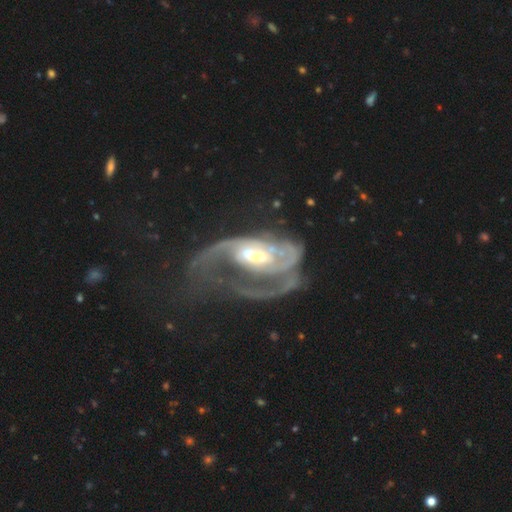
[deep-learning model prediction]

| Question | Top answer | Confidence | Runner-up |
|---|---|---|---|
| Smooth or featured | featured or disk | 84% | smooth (9%) |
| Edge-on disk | no | 95% | yes (5%) |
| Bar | weak | 40% | no (35%) |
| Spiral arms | yes | 85% | no (15%) |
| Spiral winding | medium | 40% | tight (34%) |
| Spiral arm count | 2 | 36% | 1 (30%) |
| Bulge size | moderate | 56% | small (21%) |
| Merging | major disturbance | 56% | none (24%) |